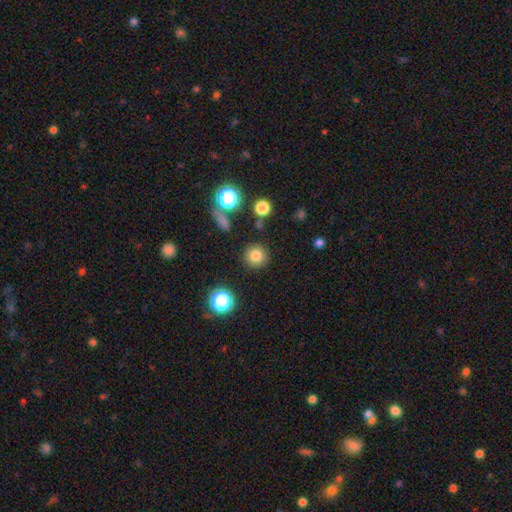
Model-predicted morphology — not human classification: This appears to be a smooth galaxy with no disk features (80%) that is round (94%). Merging: none (88%).